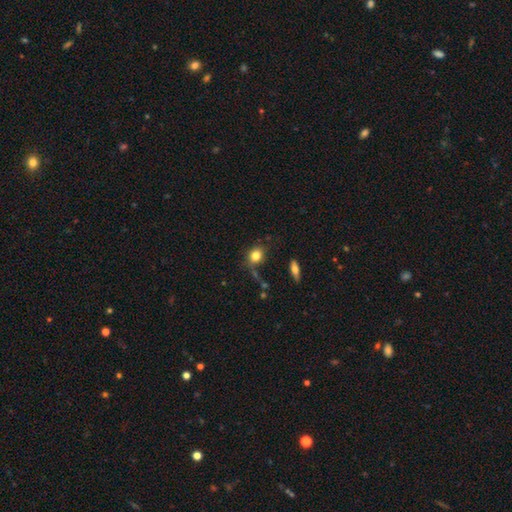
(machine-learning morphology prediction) A smooth galaxy with no disk features (81%) that is round (62%).

Vote fractions:
- Smooth or featured? smooth: 81% / star or artifact: 10% / featured or disk: 9%
- How rounded? round: 62% / in between: 36% / cigar-shaped: 2%
- Merging? none: 69% / minor disturbance: 18% / major disturbance: 7% / merger: 7%